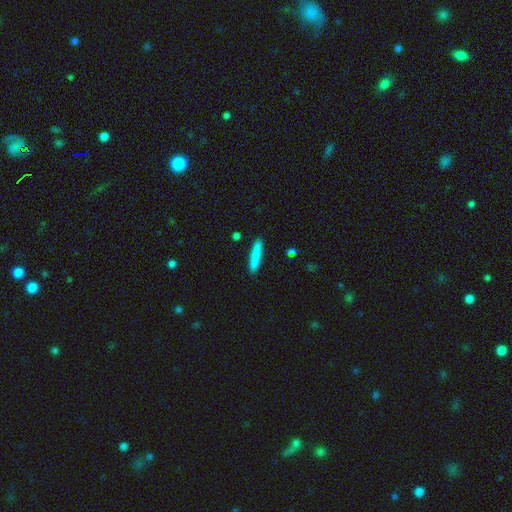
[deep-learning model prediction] This appears to be a smooth galaxy with no disk features (84%) that is cigar-shaped (91%). Merging: none (88%).